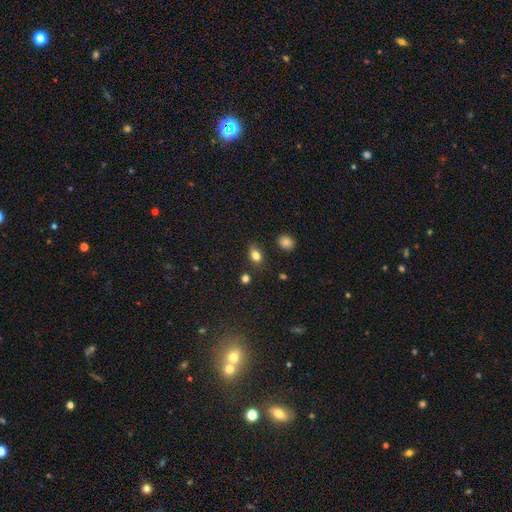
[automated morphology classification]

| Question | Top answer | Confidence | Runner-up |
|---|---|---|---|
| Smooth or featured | smooth | 82% | star or artifact (11%) |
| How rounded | in between | 75% | round (24%) |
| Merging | none | 79% | minor disturbance (14%) |